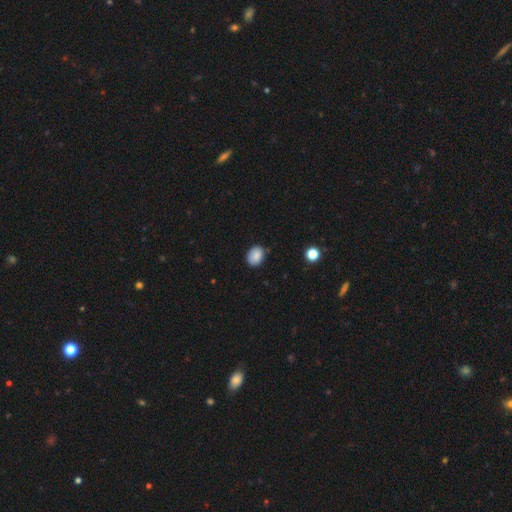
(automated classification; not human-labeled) Smooth or featured? smooth (83%)
How rounded? in between (59%)
Merging? none (81%)